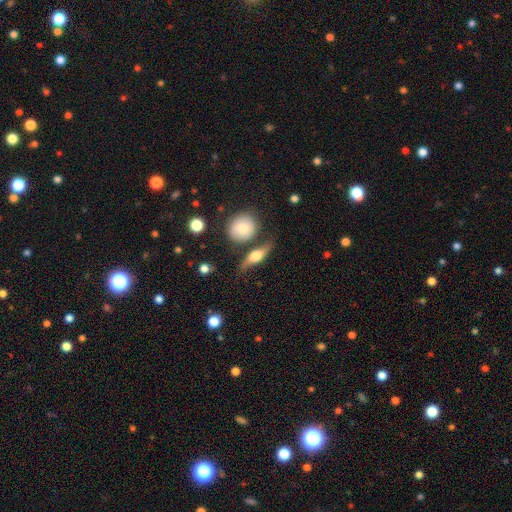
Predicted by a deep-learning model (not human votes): smooth_or_featured: featured or disk (p=0.50) [alt: smooth p=0.43]
disk_edge_on: yes (p=0.75) [alt: no p=0.25]
merging: none (p=0.65) [alt: minor disturbance p=0.18]